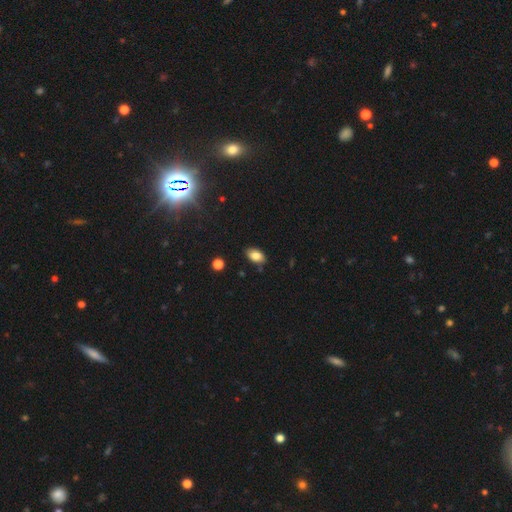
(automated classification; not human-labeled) This appears to be a smooth galaxy with no disk features (83%) that is in between round and cigar-shaped (91%). Merging: none (82%).